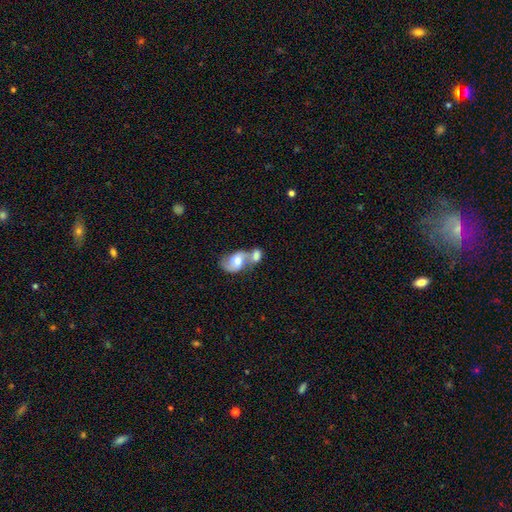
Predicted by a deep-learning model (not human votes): Morphology: type=featured or disk (47%); merging=merger (70%).